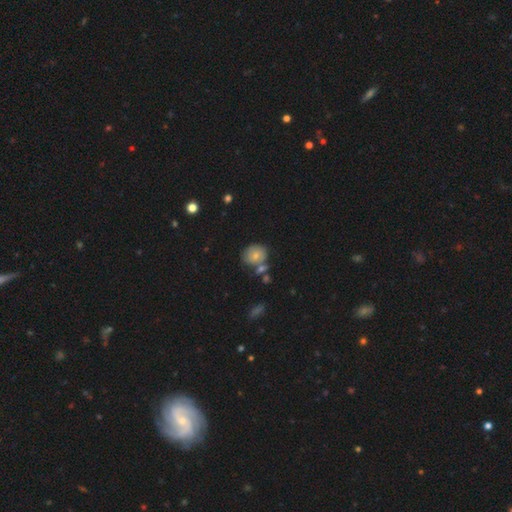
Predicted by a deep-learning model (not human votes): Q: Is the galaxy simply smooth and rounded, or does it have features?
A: smooth — 66%.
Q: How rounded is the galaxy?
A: round — 68%.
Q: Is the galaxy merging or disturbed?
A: none — 55%.